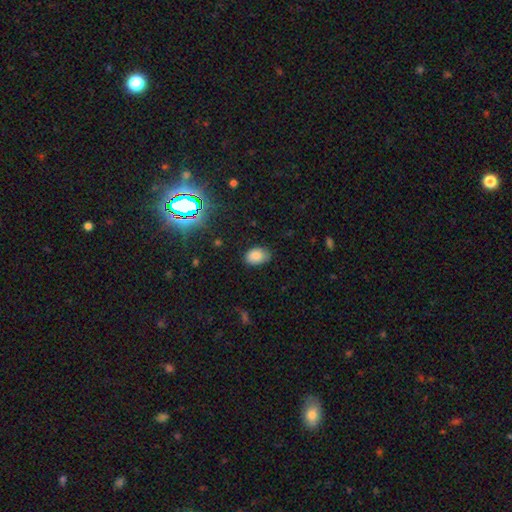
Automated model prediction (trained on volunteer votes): Overall: smooth (83%). How rounded: in between (82%). Merging: none (74%).